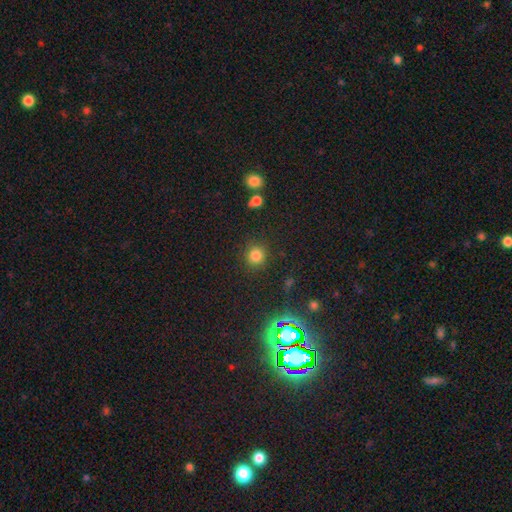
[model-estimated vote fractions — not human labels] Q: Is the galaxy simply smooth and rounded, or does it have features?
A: smooth — 79%.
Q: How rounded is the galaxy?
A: round — 90%.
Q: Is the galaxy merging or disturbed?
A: none — 88%.